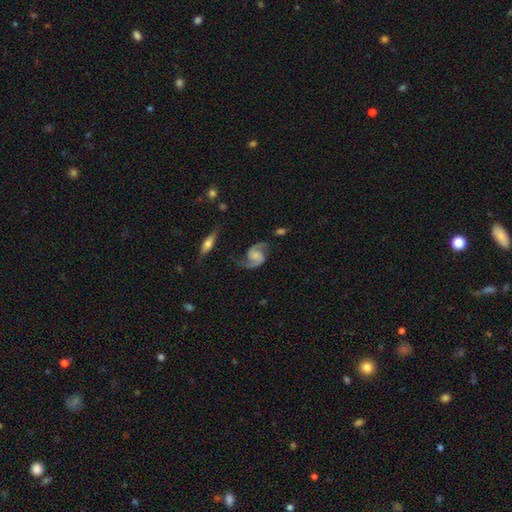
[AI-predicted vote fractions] The model was most divided on "bulge size" (2-way tie): none: 32%, small: 32%, moderate: 25%, large: 9%, dominant: 2%. More confident: spiral arms — yes (98%); edge-on disk — no (98%); spiral arm count — 2 (94%); smooth or featured — featured or disk (90%); merging — none (74%); bar — no (59%); spiral winding — medium (52%).